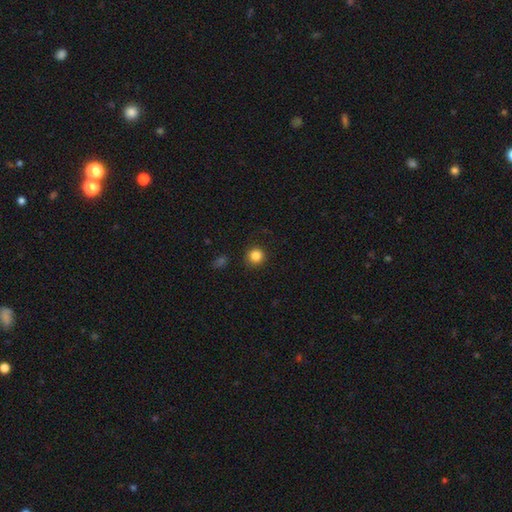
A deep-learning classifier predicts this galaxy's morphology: Smooth or featured? Predicted: smooth (p=0.84). How rounded? Predicted: round (p=0.94). Merging? Predicted: none (p=0.90).